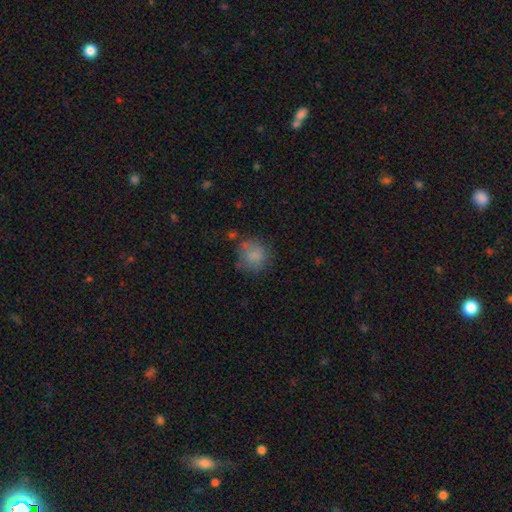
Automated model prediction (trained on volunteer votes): Smooth or featured: smooth — 80% (featured or disk — 10%)
How rounded: round — 84% (in between — 15%)
Merging: none — 66% (minor disturbance — 20%)